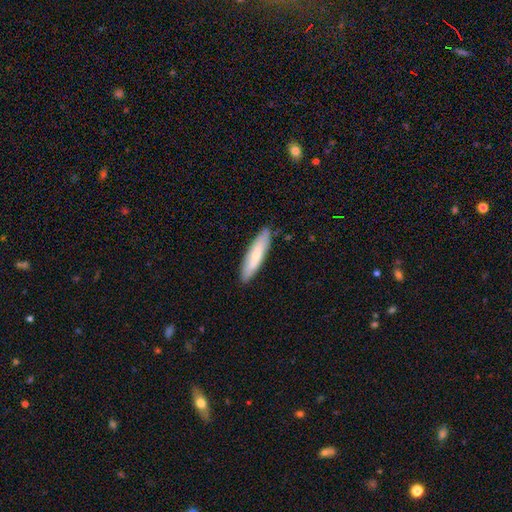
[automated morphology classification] Smooth or featured? smooth (67%)
How rounded? cigar-shaped (77%)
Merging? none (87%)